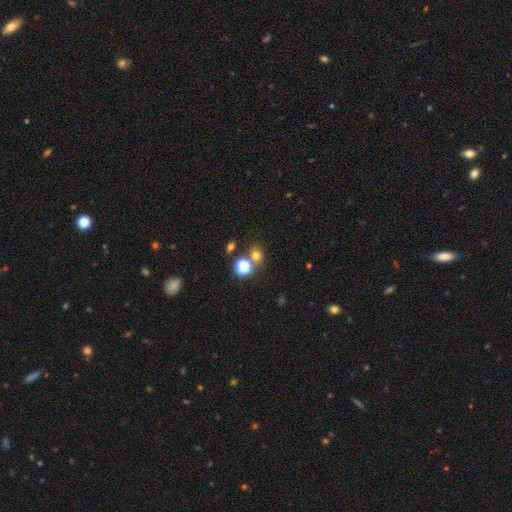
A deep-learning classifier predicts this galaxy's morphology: The model was most divided on "smooth or featured": smooth: 68%, star or artifact: 25%, featured or disk: 8%. More confident: how rounded — round (74%); merging — none (67%).